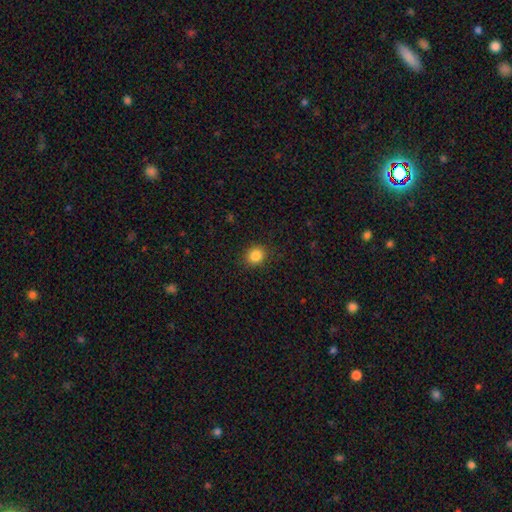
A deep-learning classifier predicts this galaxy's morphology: smooth 85%, star or artifact 10%, featured or disk 4%. Down the decision tree: how rounded — round (74%); merging — none (88%).